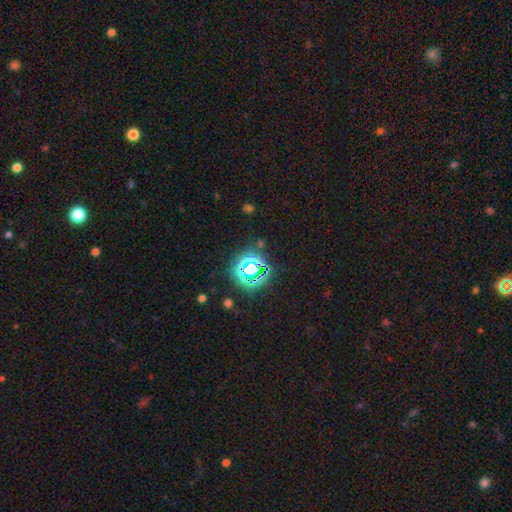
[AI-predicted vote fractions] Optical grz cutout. It shows a star or artifact, not a galaxy (69%).